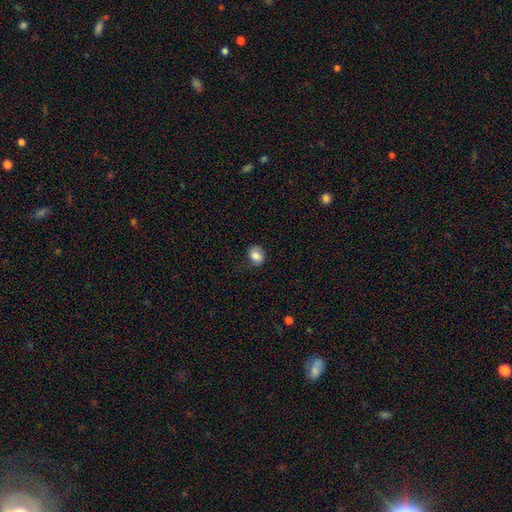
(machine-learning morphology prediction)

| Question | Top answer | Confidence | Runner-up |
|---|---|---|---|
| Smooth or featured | smooth | 82% | featured or disk (9%) |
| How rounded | in between | 54% | round (45%) |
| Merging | none | 72% | minor disturbance (21%) |